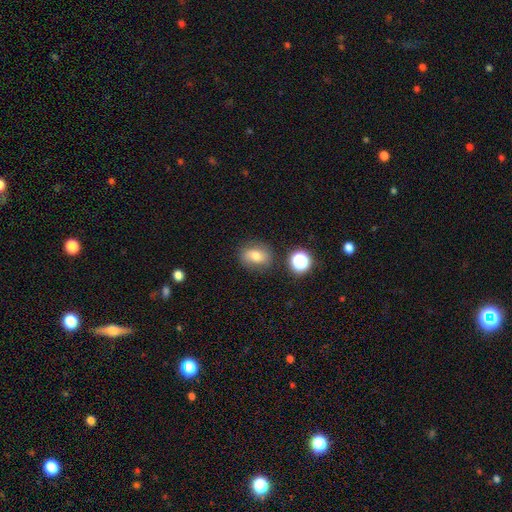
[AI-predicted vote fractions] This appears to be a smooth galaxy with no disk features (66%) that is in between round and cigar-shaped (57%). Merging: none (75%).